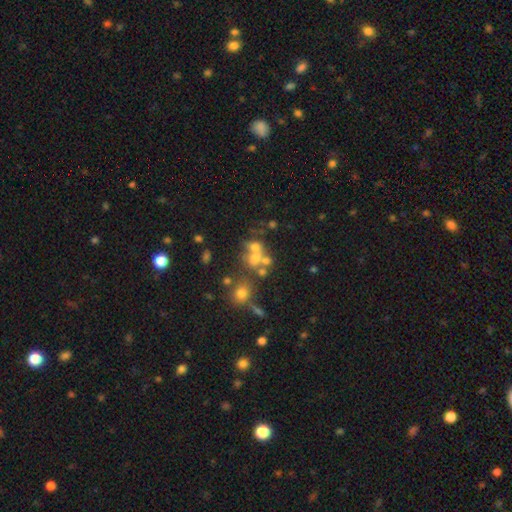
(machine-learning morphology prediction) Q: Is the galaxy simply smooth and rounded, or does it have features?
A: smooth — 48%.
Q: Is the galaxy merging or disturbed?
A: merger — 49%.